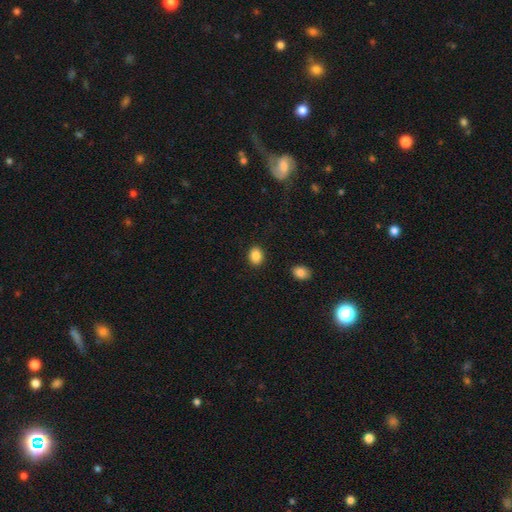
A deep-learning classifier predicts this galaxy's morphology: Overall: smooth (87%). How rounded: in between (56%; round 43%). Merging: none (89%).